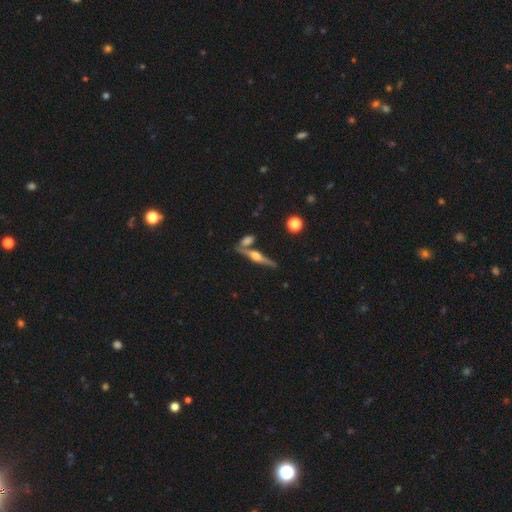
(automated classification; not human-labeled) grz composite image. It shows a featured or disk galaxy (74%) viewed edge-on (97%) with a rounded central bulge (92%). Merging: none (71%).